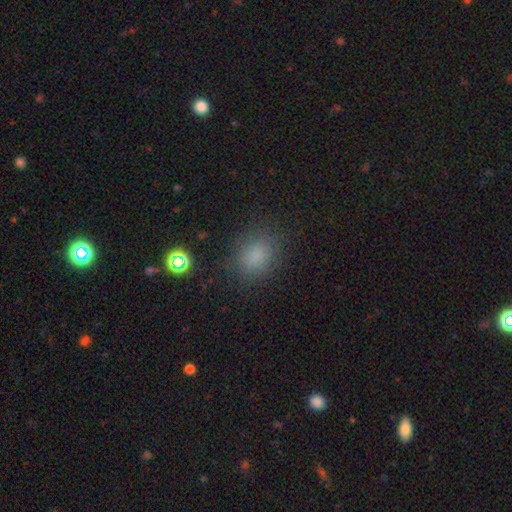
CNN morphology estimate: type=smooth (81%); roundness=round (55%); merging=none (83%).